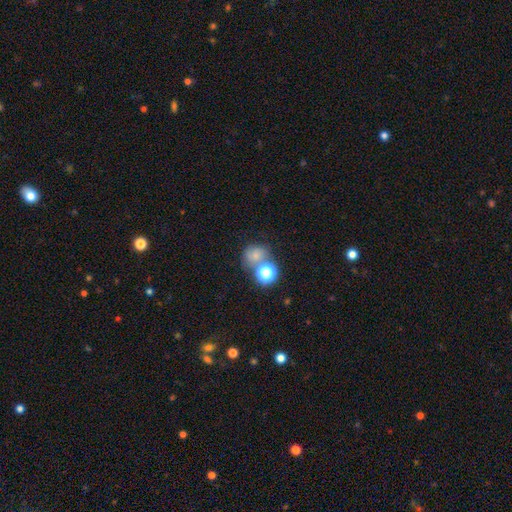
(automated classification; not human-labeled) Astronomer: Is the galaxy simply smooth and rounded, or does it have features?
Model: smooth — 68%.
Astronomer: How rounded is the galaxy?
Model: round — 73%.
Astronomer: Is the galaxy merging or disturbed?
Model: none — 49% (runner-up: merger, 32%).